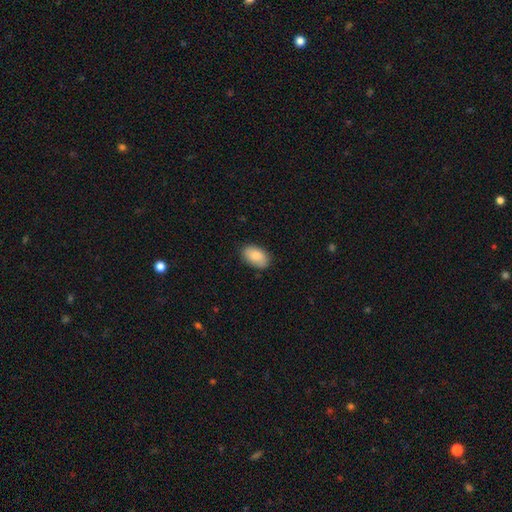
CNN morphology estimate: This is clearly a smooth galaxy (85%). How rounded: clearly in between (93%). Merging: clearly none (84%).